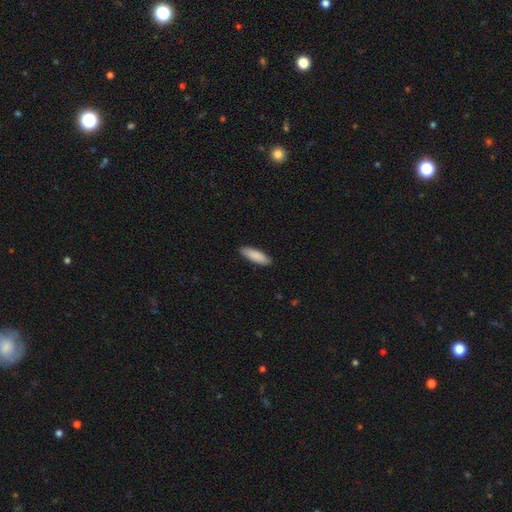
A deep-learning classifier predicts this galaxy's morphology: A smooth galaxy with no disk features (88%) that is in between round and cigar-shaped (49%, tied with cigar-shaped).

Vote fractions:
- Smooth or featured? smooth: 88% / featured or disk: 7% / star or artifact: 5%
- How rounded? in between: 49% (tied) / cigar-shaped: 49% (tied) / round: 1%
- Merging? none: 89% / minor disturbance: 9% / major disturbance: 2% / merger: 1%